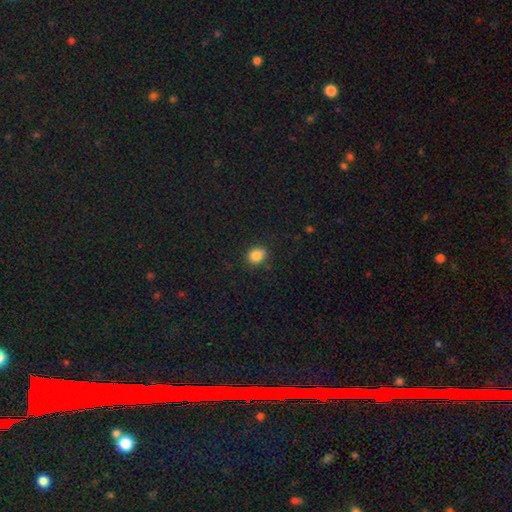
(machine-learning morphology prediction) A smooth galaxy with no disk features (85%) that is round (64%).

Vote fractions:
- Smooth or featured? smooth: 85% / star or artifact: 10% / featured or disk: 4%
- How rounded? round: 64% / in between: 35% / cigar-shaped: 1%
- Merging? none: 84% / minor disturbance: 12% / major disturbance: 3% / merger: 1%